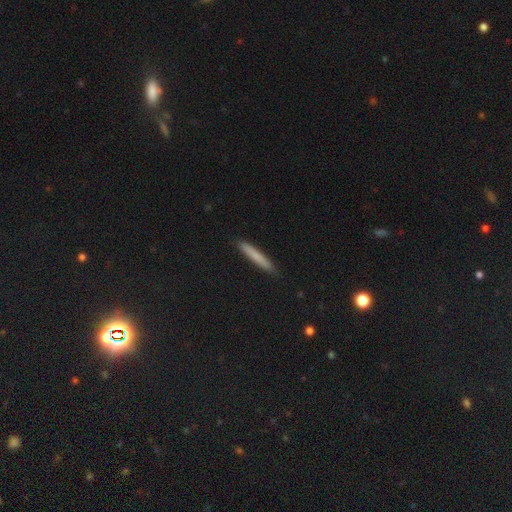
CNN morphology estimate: Overall: smooth (77%). How rounded: cigar-shaped (95%). Merging: none (88%).